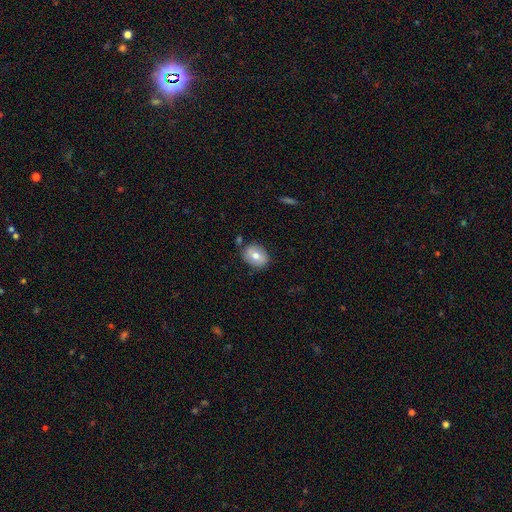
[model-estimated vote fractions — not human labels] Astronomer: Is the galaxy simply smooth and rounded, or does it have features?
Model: smooth — 68%.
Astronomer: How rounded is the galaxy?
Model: in between — 58% (runner-up: round, 41%).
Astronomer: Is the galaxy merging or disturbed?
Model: none — 78%.